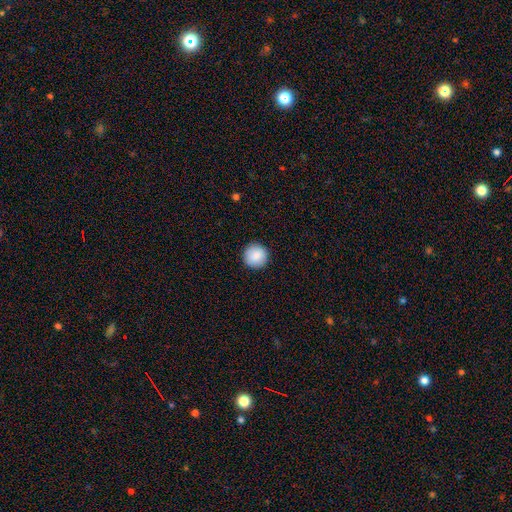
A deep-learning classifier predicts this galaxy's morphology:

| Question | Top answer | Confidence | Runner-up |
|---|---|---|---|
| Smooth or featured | smooth | 88% | star or artifact (7%) |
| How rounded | round | 96% | in between (3%) |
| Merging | none | 92% | minor disturbance (6%) |